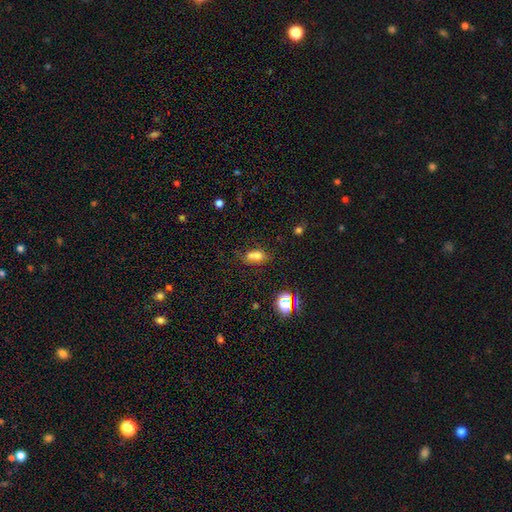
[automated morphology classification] Smooth or featured: smooth — 68% (star or artifact — 19%)
How rounded: in between — 74% (round — 20%)
Merging: none — 46% (merger — 30%)